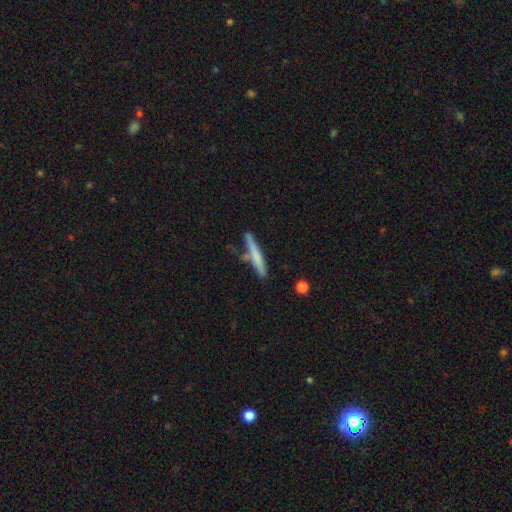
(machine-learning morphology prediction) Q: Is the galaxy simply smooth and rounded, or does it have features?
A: smooth — 63%.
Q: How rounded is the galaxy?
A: cigar-shaped — 94%.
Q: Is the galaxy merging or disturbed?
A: none — 69%.